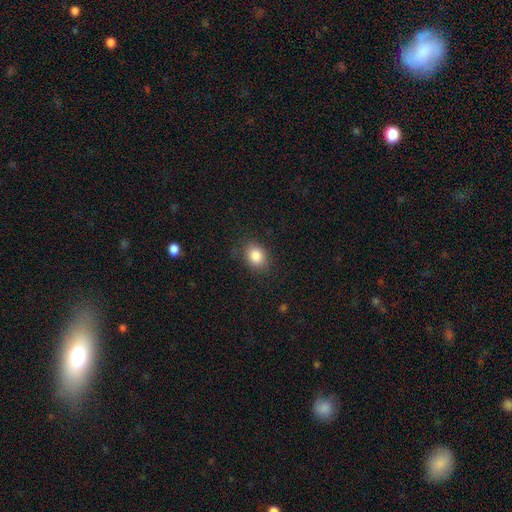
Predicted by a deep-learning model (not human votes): This is clearly a smooth galaxy (85%). How rounded: possibly in between (54%). Merging: clearly none (83%).